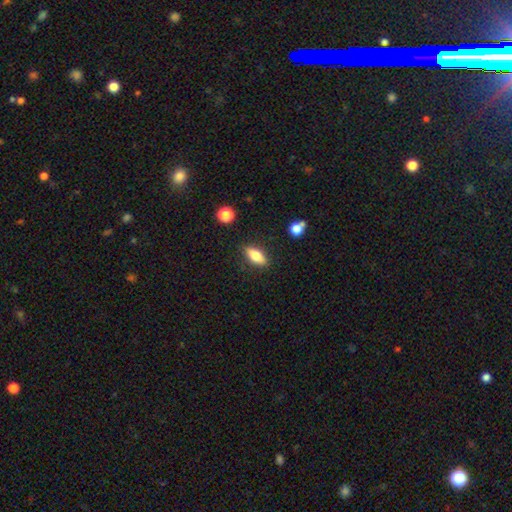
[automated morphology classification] smooth 74%, featured or disk 18%, star or artifact 8%. Down the decision tree: how rounded — in between (74%); merging — none (86%).